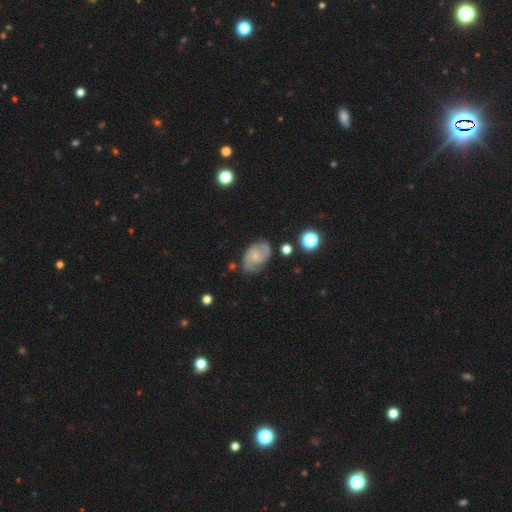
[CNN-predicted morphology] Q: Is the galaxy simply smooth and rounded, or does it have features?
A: featured or disk — 78%.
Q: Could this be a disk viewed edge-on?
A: no — 97%.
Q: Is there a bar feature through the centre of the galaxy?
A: no — 57%.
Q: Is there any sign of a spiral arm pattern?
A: yes — 95%.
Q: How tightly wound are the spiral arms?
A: medium — 52%.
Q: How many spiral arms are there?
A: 2 — 87%.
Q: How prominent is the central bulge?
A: small — 64%.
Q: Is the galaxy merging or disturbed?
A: none — 75%.